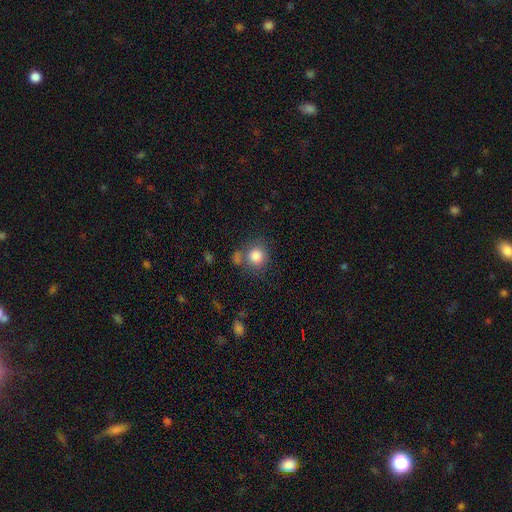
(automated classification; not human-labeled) A smooth galaxy with no disk features (84%) that is round (86%). Merging: none (65%).